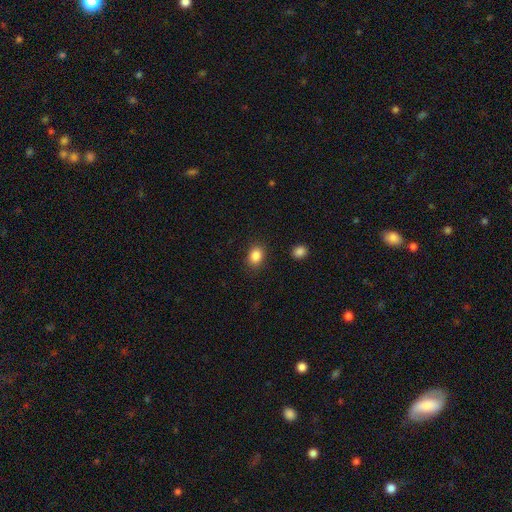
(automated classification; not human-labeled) A smooth galaxy with no disk features (86%) that is in between round and cigar-shaped (53%).

Vote fractions:
- Smooth or featured? smooth: 86% / star or artifact: 10% / featured or disk: 4%
- How rounded? in between: 53% / round: 46% / cigar-shaped: 1%
- Merging? none: 86% / minor disturbance: 9% / major disturbance: 3% / merger: 2%